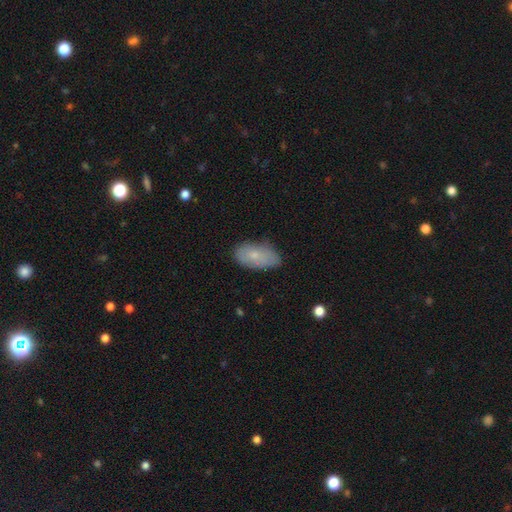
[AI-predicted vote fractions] Morphology: type=smooth (72%); roundness=in between (93%); merging=none (75%).